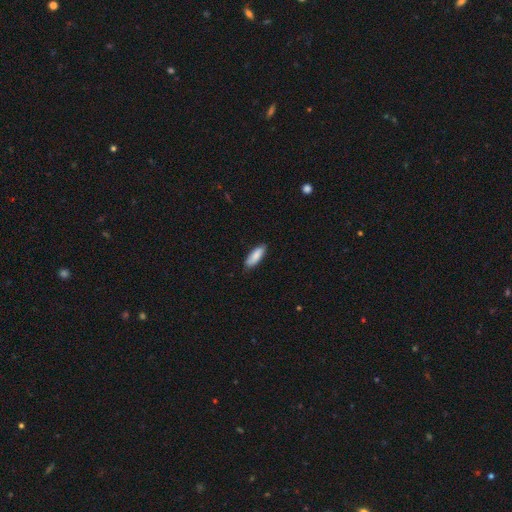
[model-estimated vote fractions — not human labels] smooth_or_featured: smooth (p=0.86) [alt: featured or disk p=0.08]
how_rounded: in between (p=0.58) [alt: cigar-shaped p=0.40]
merging: none (p=0.85) [alt: minor disturbance p=0.12]